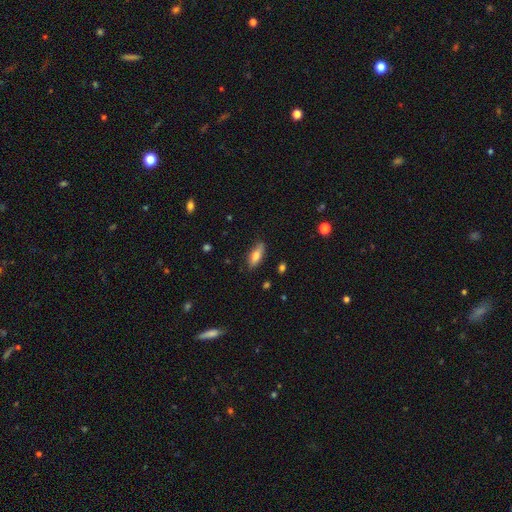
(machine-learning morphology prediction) Q: Smooth or featured?
A: smooth (73%); runner-up: featured or disk (21%)
Q: How rounded?
A: in between (70%); runner-up: cigar-shaped (28%)
Q: Merging?
A: none (81%); runner-up: minor disturbance (15%)